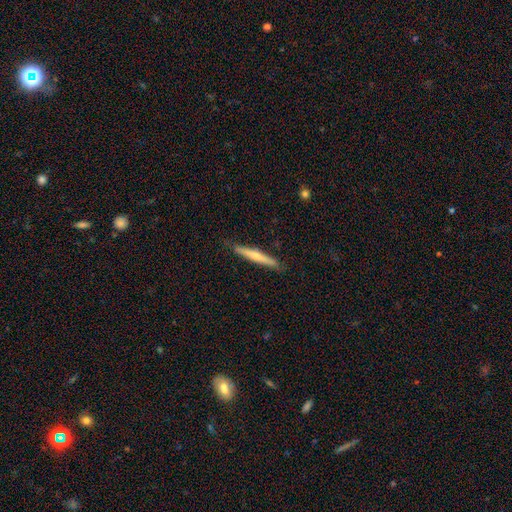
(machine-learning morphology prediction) This is possibly a smooth galaxy (49%). Merging: clearly none (86%).